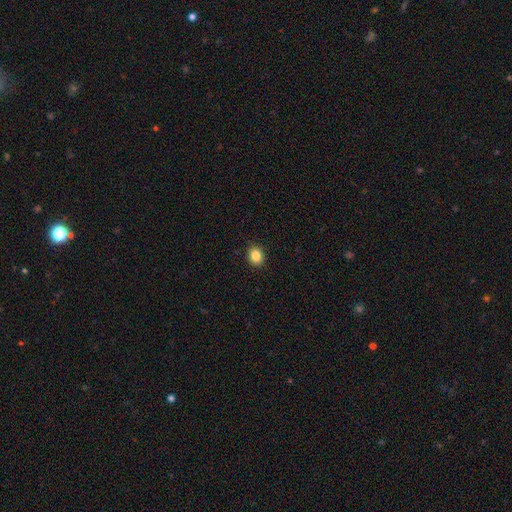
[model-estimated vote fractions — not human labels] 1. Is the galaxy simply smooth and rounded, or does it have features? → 86% smooth, 10% star or artifact, 4% featured or disk.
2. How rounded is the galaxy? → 63% round, 36% in between, 1% cigar-shaped.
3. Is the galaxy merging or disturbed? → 90% none, 7% minor disturbance, 2% major disturbance, 1% merger.